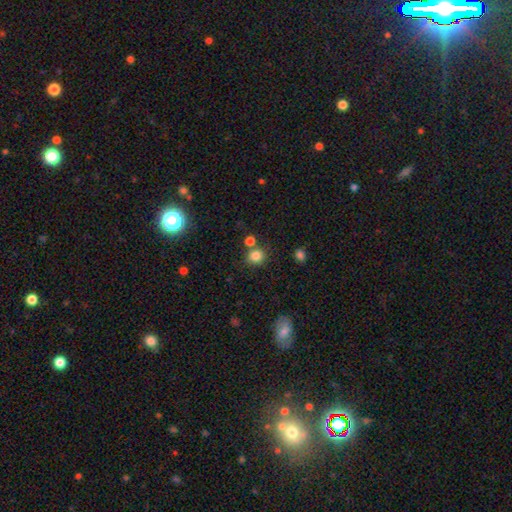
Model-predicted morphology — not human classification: Smooth or featured: smooth — 82% (star or artifact — 12%)
How rounded: round — 80% (in between — 19%)
Merging: none — 73% (merger — 13%)